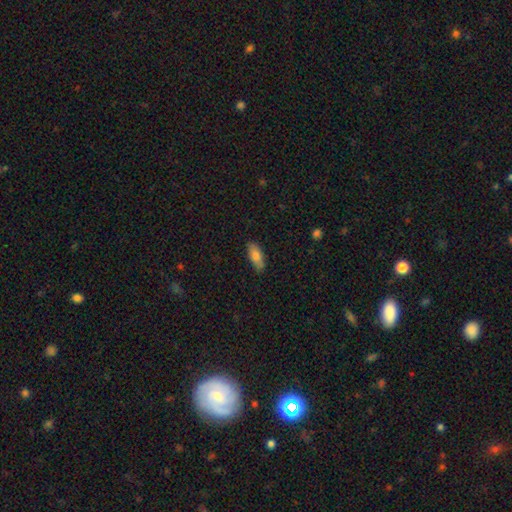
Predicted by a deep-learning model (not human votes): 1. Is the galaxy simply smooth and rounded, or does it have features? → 79% smooth, 14% featured or disk, 6% star or artifact.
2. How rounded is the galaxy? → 76% in between, 21% cigar-shaped, 2% round.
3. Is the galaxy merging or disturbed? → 85% none, 12% minor disturbance, 2% major disturbance, 1% merger.